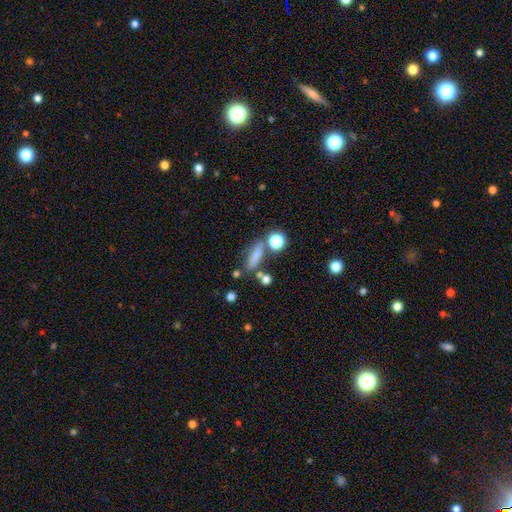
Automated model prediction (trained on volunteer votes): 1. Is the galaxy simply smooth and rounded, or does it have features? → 71% smooth, 16% featured or disk, 14% star or artifact.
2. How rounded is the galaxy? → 55% cigar-shaped, 33% in between, 12% round.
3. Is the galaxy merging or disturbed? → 63% none, 16% minor disturbance, 13% merger, 7% major disturbance.